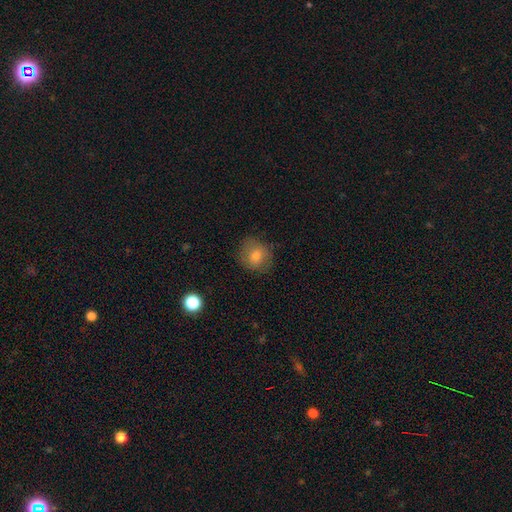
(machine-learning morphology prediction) This appears to be a smooth galaxy with no disk features (75%) that is round (80%). Merging: none (79%).